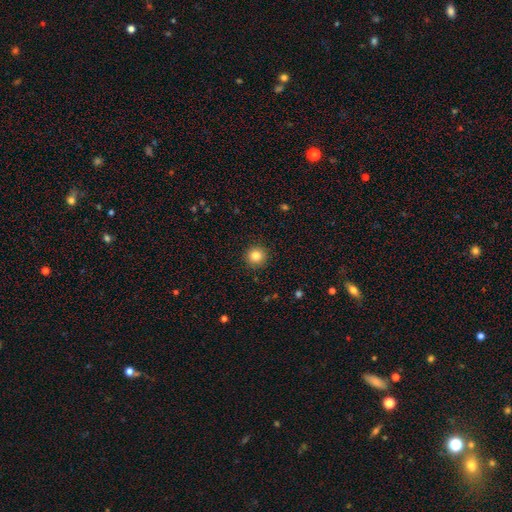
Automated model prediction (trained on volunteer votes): This appears to be a smooth galaxy with no disk features (84%) that is round (95%). Merging: none (92%).